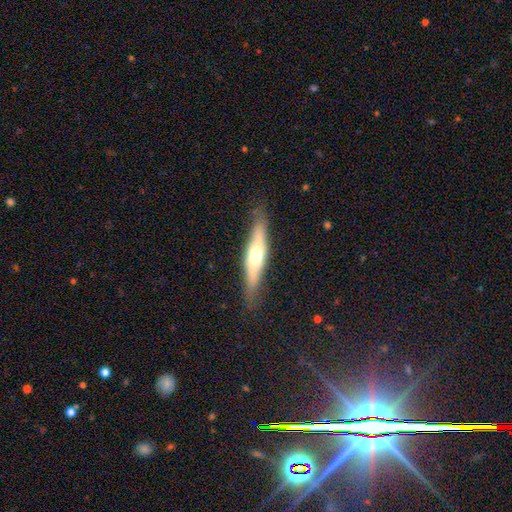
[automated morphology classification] featured or disk 52%, smooth 43%, star or artifact 6%. Down the decision tree: edge-on disk — yes (83%); merging — none (81%).